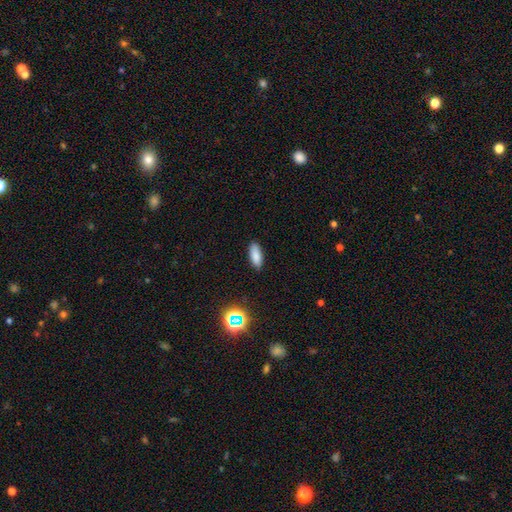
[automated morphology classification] The model was most divided on "how rounded": in between: 77%, cigar-shaped: 20%, round: 2%. More confident: merging — none (87%); smooth or featured — smooth (84%).